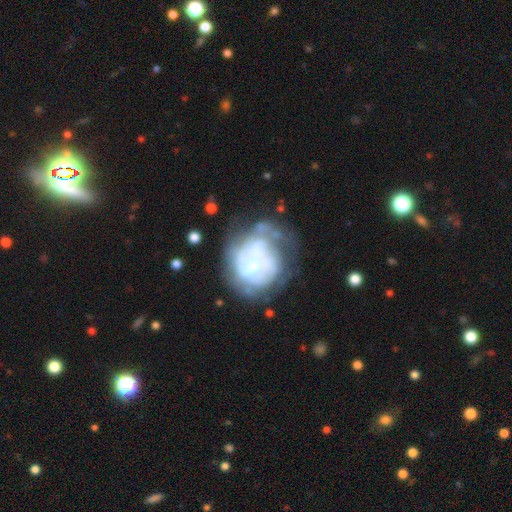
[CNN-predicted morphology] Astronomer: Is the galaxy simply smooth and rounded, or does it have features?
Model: featured or disk — 68%.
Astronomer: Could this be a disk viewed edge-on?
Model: no — 98%.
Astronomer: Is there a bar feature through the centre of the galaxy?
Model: no — 83%.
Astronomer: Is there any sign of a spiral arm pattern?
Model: yes — 56% (runner-up: no, 44%).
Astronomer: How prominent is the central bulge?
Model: small — 57% (runner-up: moderate, 35%).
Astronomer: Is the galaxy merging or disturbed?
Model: none — 44% (runner-up: major disturbance, 25%).